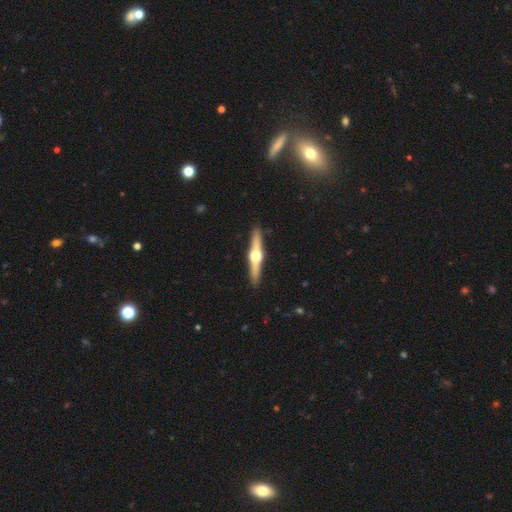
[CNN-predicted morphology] This is likely a featured or disk galaxy (78%). It is clearly viewed edge-on (98%). Edge-on bulge: clearly rounded (97%). Merging: clearly none (92%).